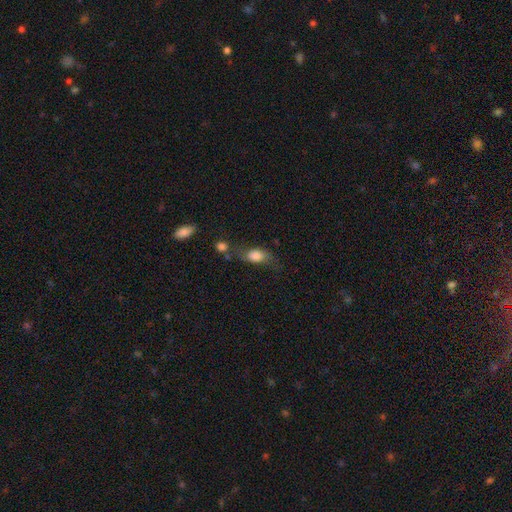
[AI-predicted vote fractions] Smooth or featured?
  - smooth: 69% *
  - featured or disk: 22%
  - star or artifact: 9%
How rounded?
  - in between: 76% *
  - round: 17%
  - cigar-shaped: 8%
Merging?
  - none: 47% *
  - minor disturbance: 24%
  - major disturbance: 15%
  - merger: 13%